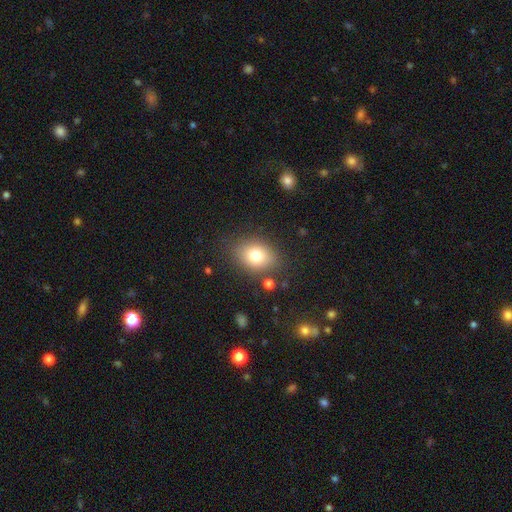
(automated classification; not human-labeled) smooth_or_featured: smooth (p=0.77) [alt: featured or disk p=0.12]
how_rounded: in between (p=0.65) [alt: round p=0.33]
merging: none (p=0.81) [alt: minor disturbance p=0.12]